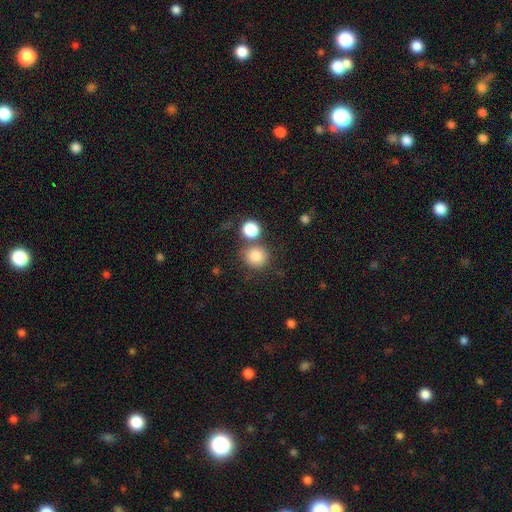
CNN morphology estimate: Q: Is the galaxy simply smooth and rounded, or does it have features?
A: smooth — 85%.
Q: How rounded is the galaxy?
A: round — 87%.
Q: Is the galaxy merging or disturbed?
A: none — 64%.